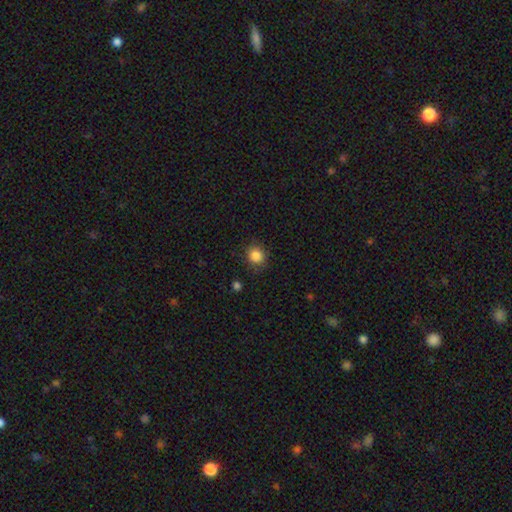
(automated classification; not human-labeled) Smooth or featured? smooth (86%)
How rounded? round (85%)
Merging? none (86%)